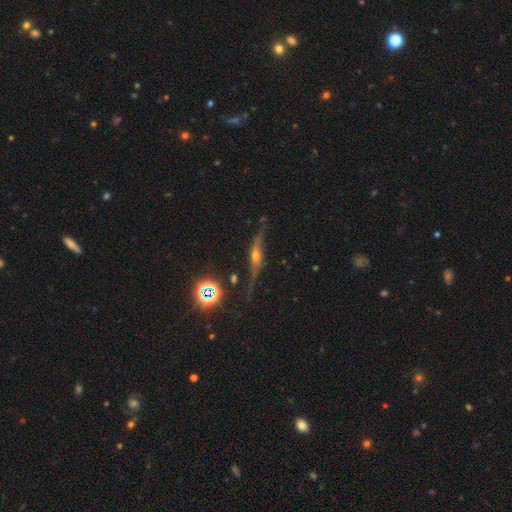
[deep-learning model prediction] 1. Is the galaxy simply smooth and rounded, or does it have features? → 69% featured or disk, 17% smooth, 14% star or artifact.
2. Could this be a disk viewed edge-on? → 80% yes, 20% no.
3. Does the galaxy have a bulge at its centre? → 88% rounded, 7% boxy, 5% none.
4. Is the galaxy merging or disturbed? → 63% none, 23% minor disturbance, 11% major disturbance, 4% merger.